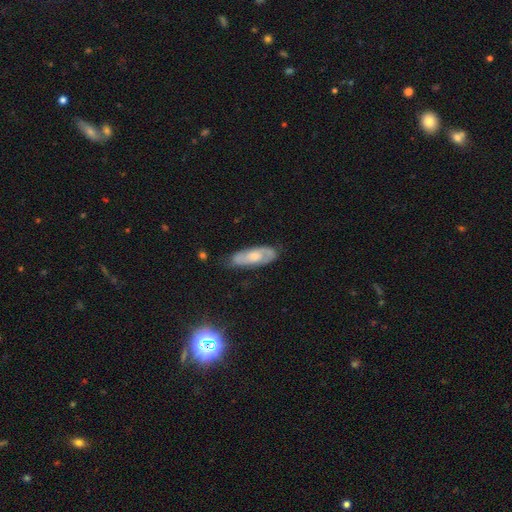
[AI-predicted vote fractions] A featured or disk galaxy (58%).

Vote fractions:
- Smooth or featured? featured or disk: 58% / smooth: 34% / star or artifact: 9%
- Edge-on disk? no: 78% / yes: 22%
- Merging? none: 75% / minor disturbance: 19% / major disturbance: 4% / merger: 2%